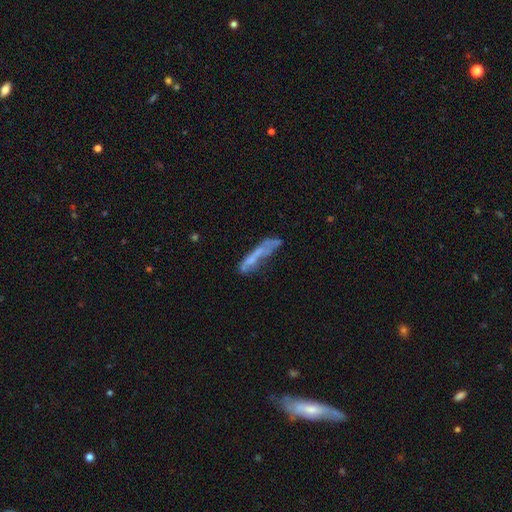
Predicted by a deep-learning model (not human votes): Smooth or featured?
  - featured or disk: 45% *
  - smooth: 43%
  - star or artifact: 12%
Merging?
  - none: 40% *
  - minor disturbance: 23%
  - major disturbance: 23%
  - merger: 14%